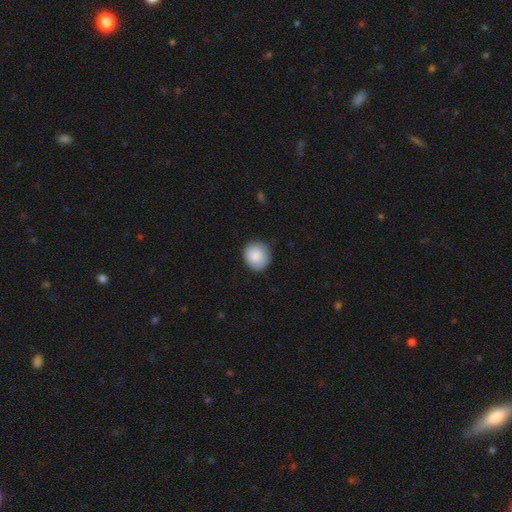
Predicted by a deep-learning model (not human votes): Morphology: type=smooth (87%); roundness=round (82%); merging=none (82%).